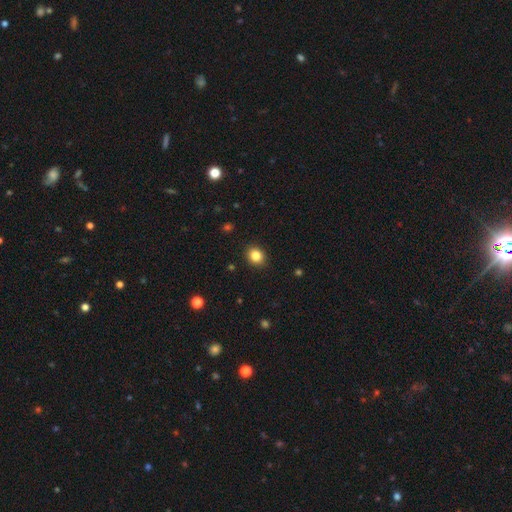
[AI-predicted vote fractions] smooth_or_featured: smooth (p=0.84) [alt: star or artifact p=0.11]
how_rounded: round (p=0.69) [alt: in between p=0.31]
merging: none (p=0.90) [alt: minor disturbance p=0.07]